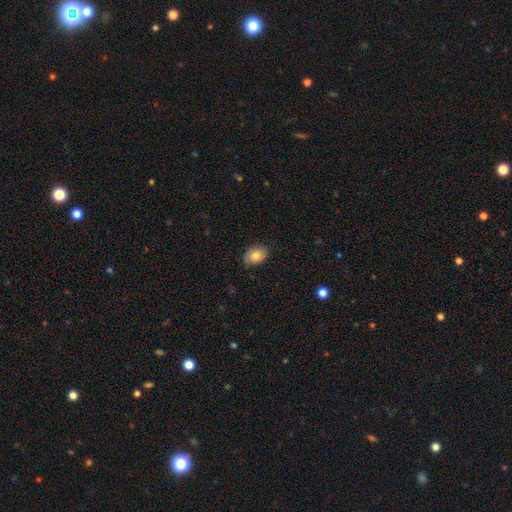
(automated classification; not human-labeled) The model was most divided on "how rounded": in between: 78%, round: 21%, cigar-shaped: 1%. More confident: merging — none (81%); smooth or featured — smooth (75%).